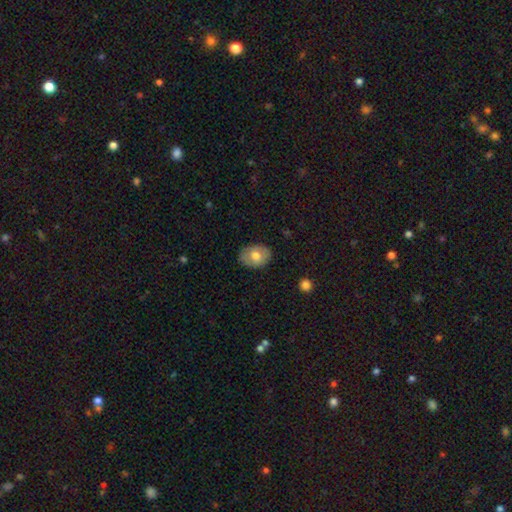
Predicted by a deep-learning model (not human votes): Smooth or featured? Predicted: smooth (p=0.67). How rounded? Predicted: in between (p=0.72). Merging? Predicted: none (p=0.83).